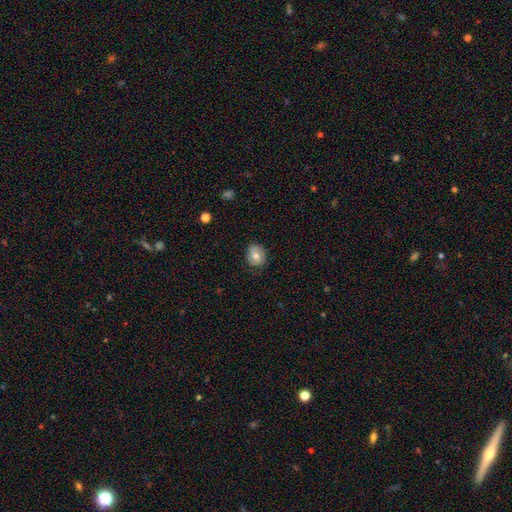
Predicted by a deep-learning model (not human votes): Smooth or featured? Predicted: smooth (p=0.73). How rounded? Predicted: round (p=0.65). Merging? Predicted: none (p=0.74).